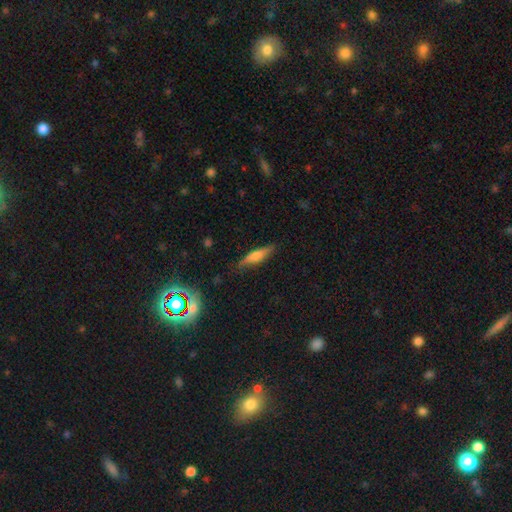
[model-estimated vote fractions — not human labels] Morphology: type=smooth (57%); roundness=cigar-shaped (77%); merging=none (82%).